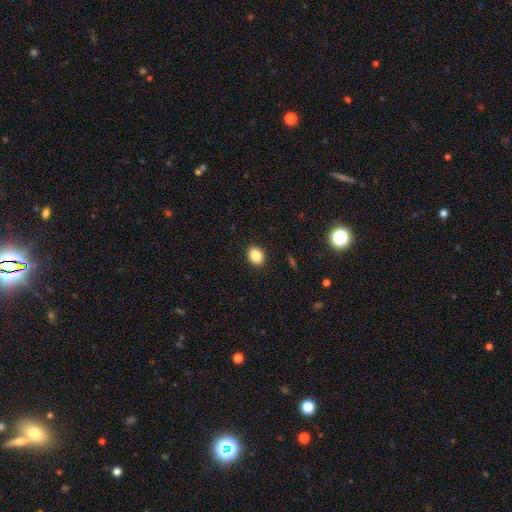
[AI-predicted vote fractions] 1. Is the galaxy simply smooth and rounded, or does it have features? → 86% smooth, 9% star or artifact, 5% featured or disk.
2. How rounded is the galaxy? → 56% in between, 43% round, 1% cigar-shaped.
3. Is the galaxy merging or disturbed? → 91% none, 6% minor disturbance, 2% major disturbance, 1% merger.